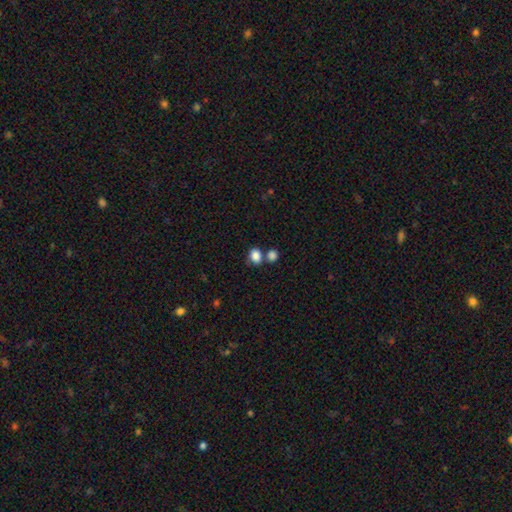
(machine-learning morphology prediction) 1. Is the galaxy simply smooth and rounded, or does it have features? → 85% smooth, 10% star or artifact, 5% featured or disk.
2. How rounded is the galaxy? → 52% in between, 47% round, 1% cigar-shaped.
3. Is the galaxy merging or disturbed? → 55% none, 30% merger, 11% minor disturbance, 4% major disturbance.